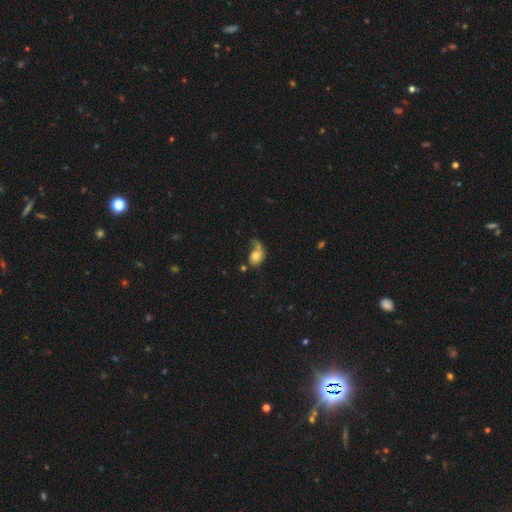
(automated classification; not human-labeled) smooth 61%, featured or disk 29%, star or artifact 10%. Down the decision tree: how rounded — in between (59%); merging — major disturbance (36%).